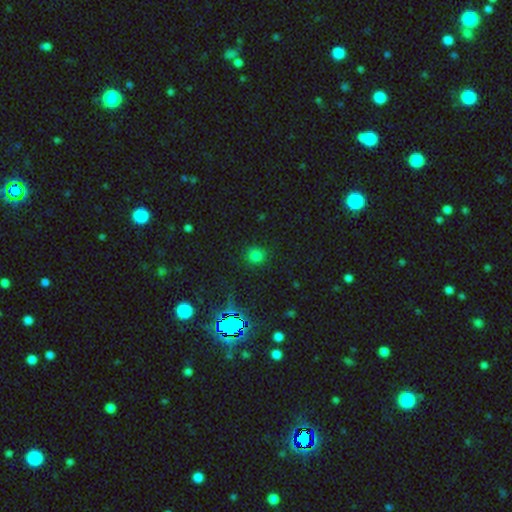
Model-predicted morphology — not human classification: This is likely a smooth galaxy (72%). How rounded: clearly round (88%). Merging: clearly none (86%).